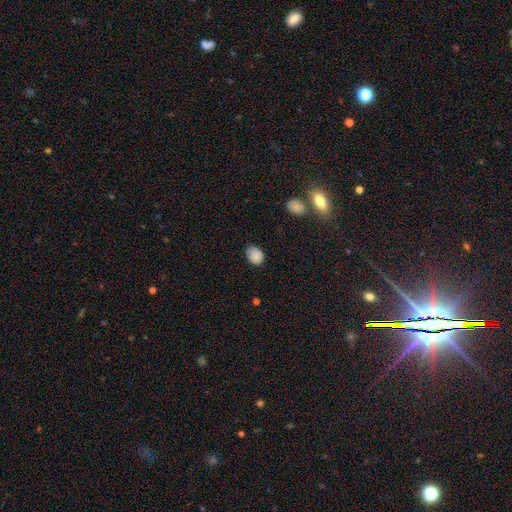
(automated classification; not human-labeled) This is clearly a smooth galaxy (86%). How rounded: possibly in between (59%). Merging: likely none (72%).